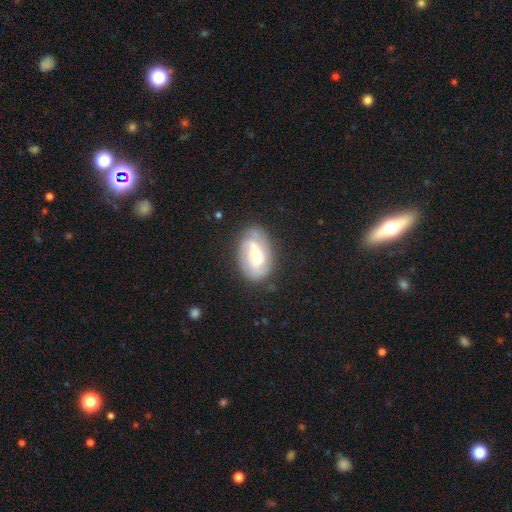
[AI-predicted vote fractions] A featured or disk galaxy (69%) with a weak bar (42%), 2 (57%) medium (42%) spiral arms (90%) and a small central bulge (40%).

Vote fractions:
- Smooth or featured? featured or disk: 69% / smooth: 24% / star or artifact: 7%
- Edge-on disk? no: 97% / yes: 3%
- Bar? weak: 42% / no: 41% / strong: 17%
- Spiral arms? yes: 90% / no: 10%
- Spiral winding? medium: 42% / tight: 41% / loose: 17%
- Spiral arm count? 2: 57% / can't tell: 20% / 3: 12% / 1: 6% / 4: 2% / more than 4: 2%
- Bulge size? small: 40% / moderate: 36% / large: 14% / none: 7% / dominant: 3%
- Merging? none: 70% / minor disturbance: 20% / major disturbance: 8% / merger: 2%